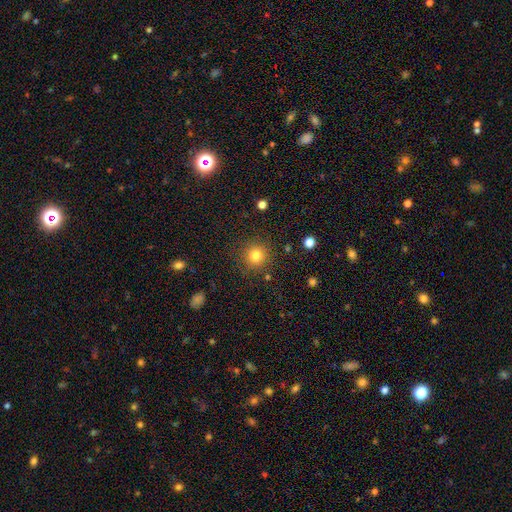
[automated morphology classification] Smooth or featured?
  - smooth: 81% *
  - star or artifact: 13%
  - featured or disk: 6%
How rounded?
  - round: 94% *
  - in between: 5%
  - cigar-shaped: 1%
Merging?
  - none: 88% *
  - minor disturbance: 7%
  - major disturbance: 3%
  - merger: 2%